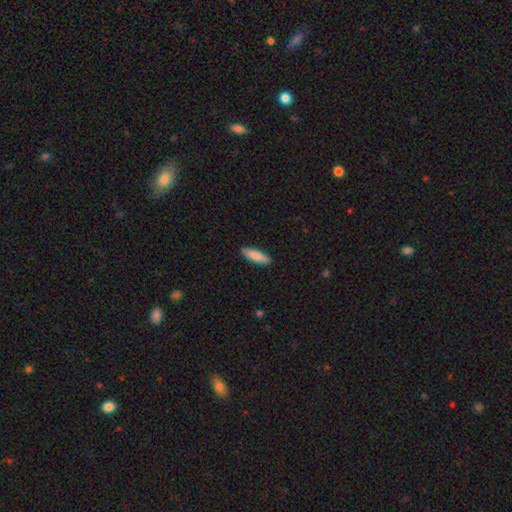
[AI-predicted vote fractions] A smooth galaxy with no disk features (85%) that is cigar-shaped (60%). Merging: none (89%).